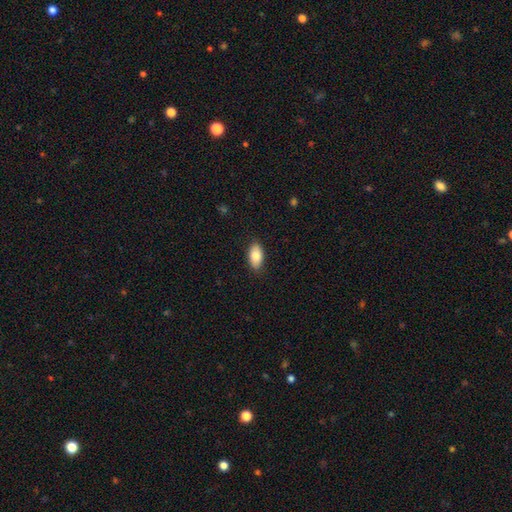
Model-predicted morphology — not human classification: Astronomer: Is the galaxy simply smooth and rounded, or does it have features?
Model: smooth — 81%.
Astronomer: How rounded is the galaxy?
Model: in between — 92%.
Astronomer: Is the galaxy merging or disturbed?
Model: none — 87%.